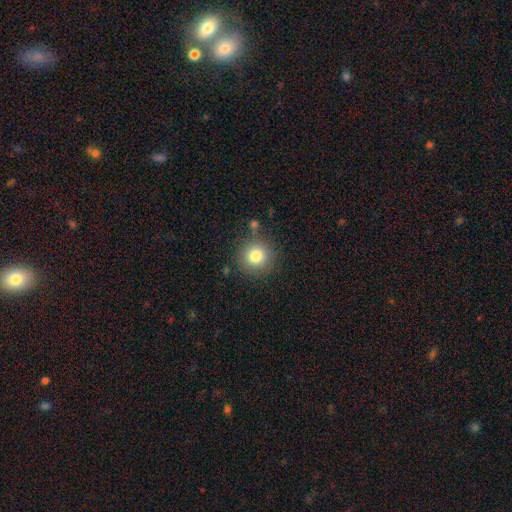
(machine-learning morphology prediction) The model was most divided on "smooth or featured": smooth: 81%, star or artifact: 11%, featured or disk: 8%. More confident: how rounded — round (94%); merging — none (84%).